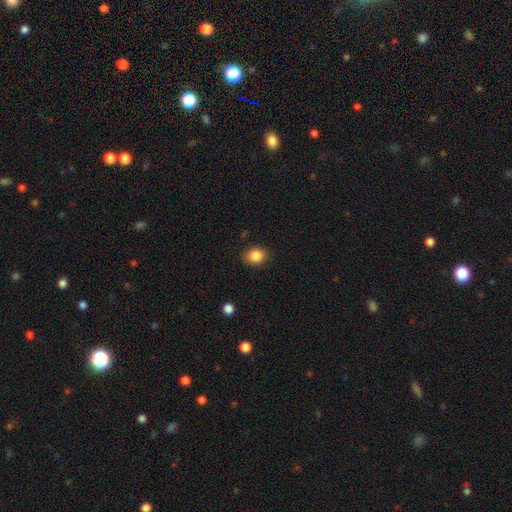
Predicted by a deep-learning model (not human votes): This is clearly a smooth galaxy (86%). How rounded: likely round (60%). Merging: clearly none (86%).